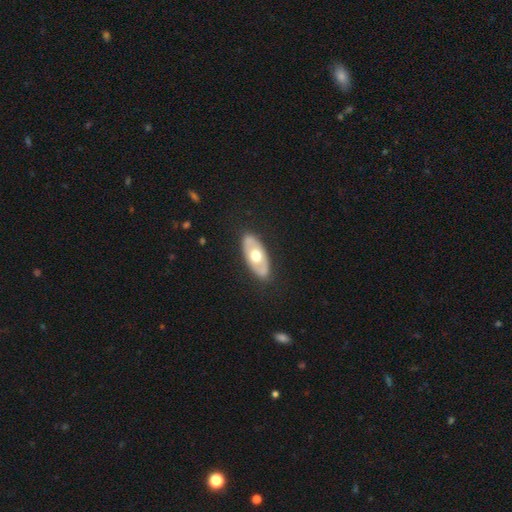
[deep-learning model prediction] smooth 48% (tied), featured or disk 48% (tied), star or artifact 5%. Down the decision tree: merging — none (85%).